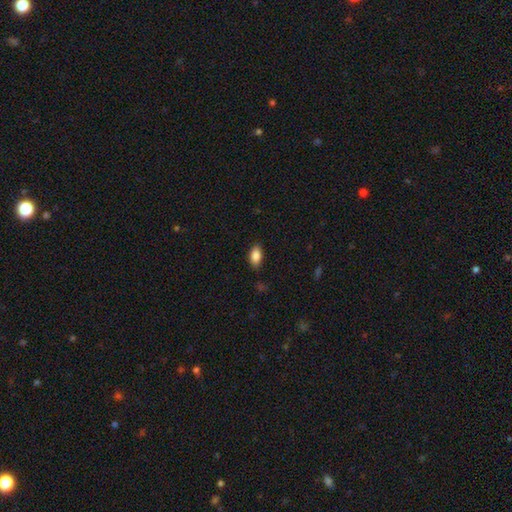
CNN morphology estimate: Q: Smooth or featured?
A: smooth (87%); runner-up: star or artifact (8%)
Q: How rounded?
A: in between (91%); runner-up: cigar-shaped (5%)
Q: Merging?
A: none (84%); runner-up: minor disturbance (12%)